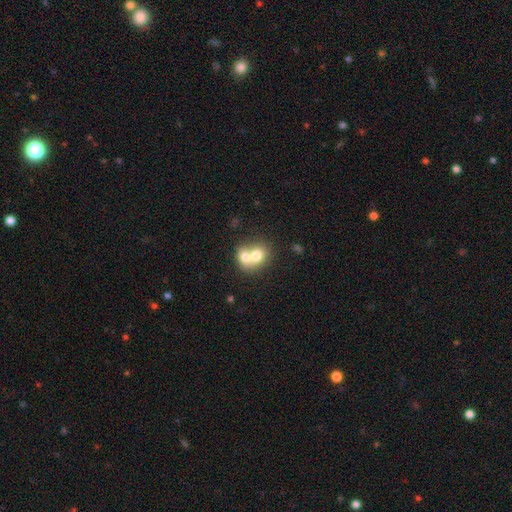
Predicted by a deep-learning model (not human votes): Overall: smooth (70%). How rounded: round (58%; in between 42%). Merging: merger (74%).